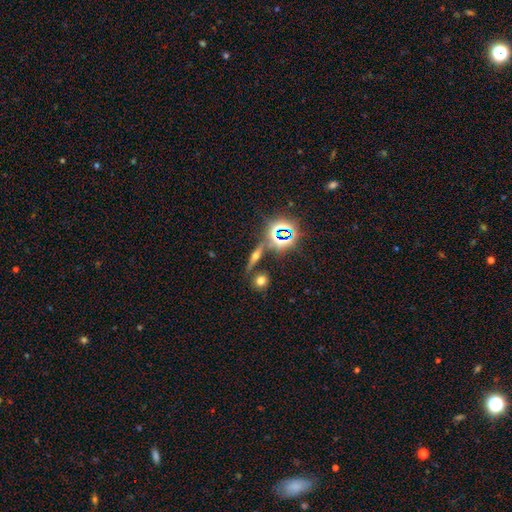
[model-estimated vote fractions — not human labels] Smooth or featured? Predicted: featured or disk (p=0.42). Merging? Predicted: none (p=0.80).